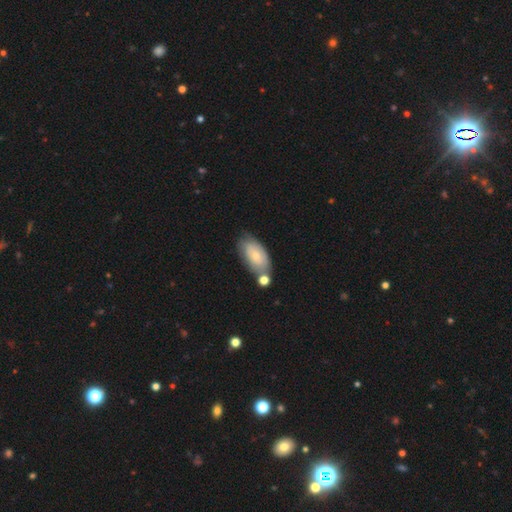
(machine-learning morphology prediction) The model was most divided on "merging": none: 53%, minor disturbance: 23%, merger: 18%, major disturbance: 7%. More confident: how rounded — in between (92%); smooth or featured — smooth (67%).